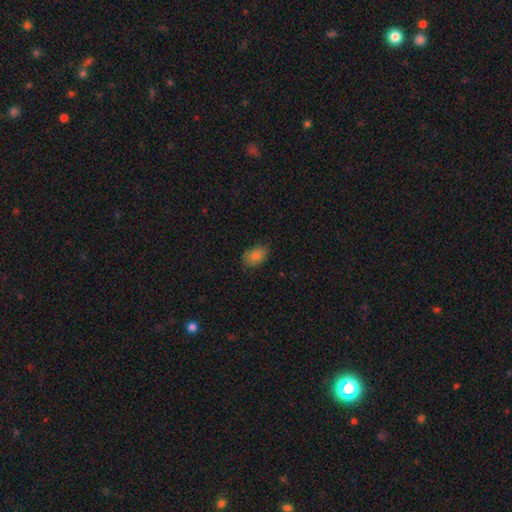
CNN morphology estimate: smooth-or-featured: smooth: 82% | star or artifact: 9% | featured or disk: 9%
  how-rounded: in between: 87% | round: 12% | cigar-shaped: 1%
  merging: none: 81% | minor disturbance: 16% | major disturbance: 3% | merger: 1%